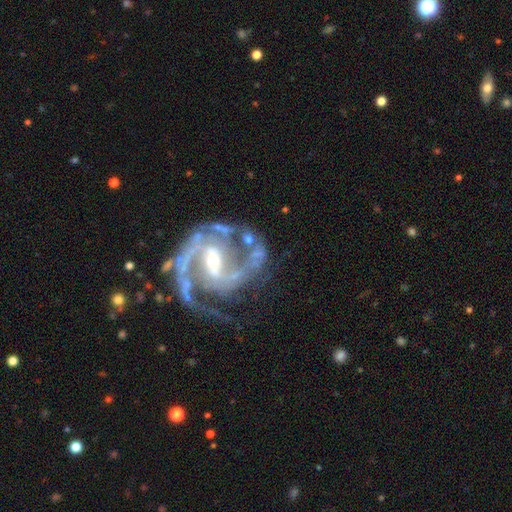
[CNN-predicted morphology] Q: Smooth or featured?
A: featured or disk (92%); runner-up: star or artifact (5%)
Q: Edge-on disk?
A: no (98%); runner-up: yes (2%)
Q: Bar?
A: strong (42%); runner-up: weak (39%)
Q: Spiral arms?
A: yes (98%); runner-up: no (2%)
Q: Spiral winding?
A: medium (58%); runner-up: tight (25%)
Q: Spiral arm count?
A: 2 (77%); runner-up: 3 (10%)
Q: Bulge size?
A: small (51%); runner-up: moderate (45%)
Q: Merging?
A: none (58%); runner-up: minor disturbance (20%)